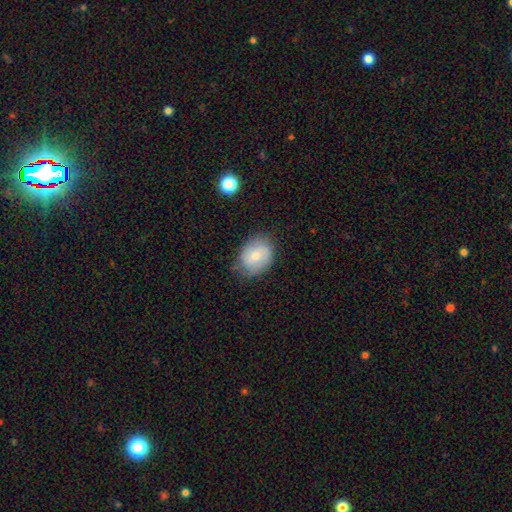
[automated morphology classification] The model was most divided on "how rounded": in between: 61%, round: 38%, cigar-shaped: 1%. More confident: merging — none (72%); smooth or featured — smooth (64%).